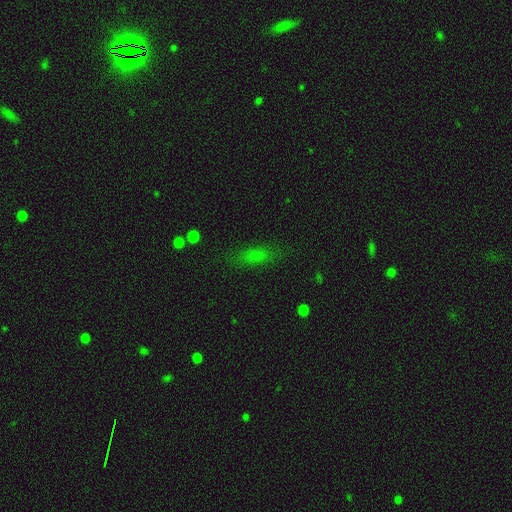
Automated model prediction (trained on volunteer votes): Smooth or featured?
  - smooth: 67% *
  - star or artifact: 19%
  - featured or disk: 14%
How rounded?
  - in between: 57% *
  - cigar-shaped: 37%
  - round: 5%
Merging?
  - none: 75% *
  - minor disturbance: 16%
  - major disturbance: 7%
  - merger: 2%